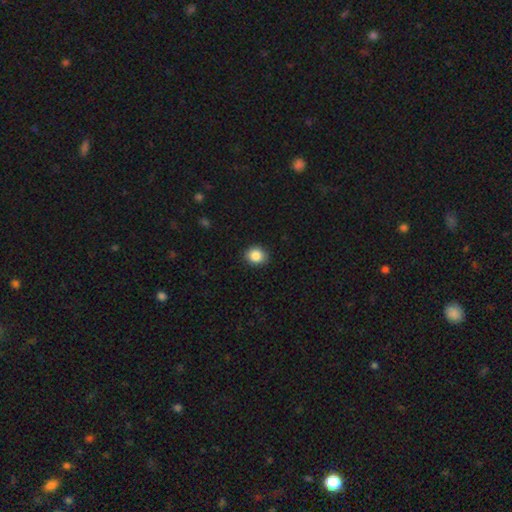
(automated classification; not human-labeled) The model was most divided on "how rounded": round: 73%, in between: 26%, cigar-shaped: 1%. More confident: merging — none (89%); smooth or featured — smooth (87%).